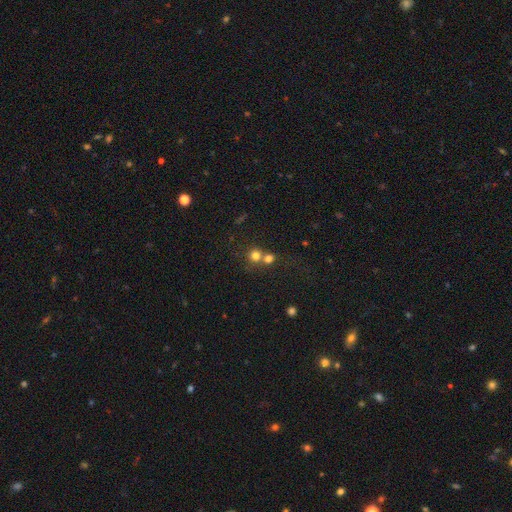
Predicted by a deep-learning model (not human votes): Q: Smooth or featured?
A: smooth (75%); runner-up: star or artifact (15%)
Q: How rounded?
A: round (88%); runner-up: in between (11%)
Q: Merging?
A: merger (46%); runner-up: none (45%)